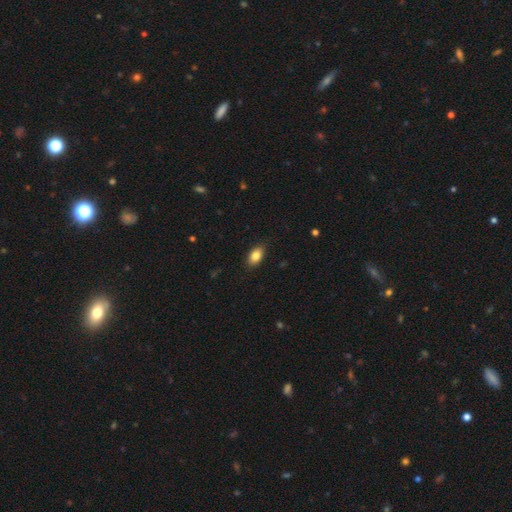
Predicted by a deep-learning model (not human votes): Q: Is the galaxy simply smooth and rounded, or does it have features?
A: smooth — 84%.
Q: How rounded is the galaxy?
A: in between — 88%.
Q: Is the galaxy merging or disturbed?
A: none — 85%.